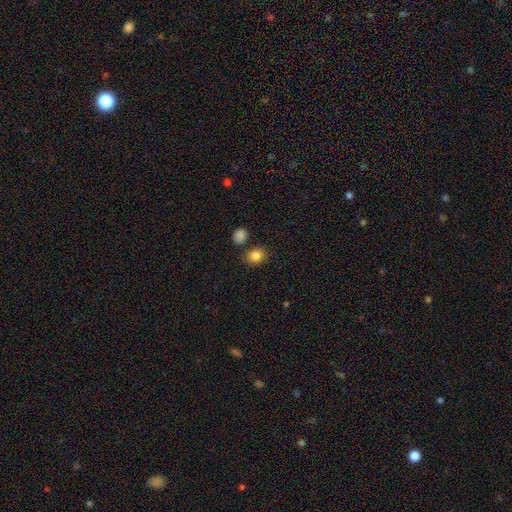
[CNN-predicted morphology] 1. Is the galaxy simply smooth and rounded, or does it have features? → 85% smooth, 10% star or artifact, 5% featured or disk.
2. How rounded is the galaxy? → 67% round, 32% in between, 1% cigar-shaped.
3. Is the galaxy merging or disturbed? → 80% none, 10% minor disturbance, 8% merger, 3% major disturbance.